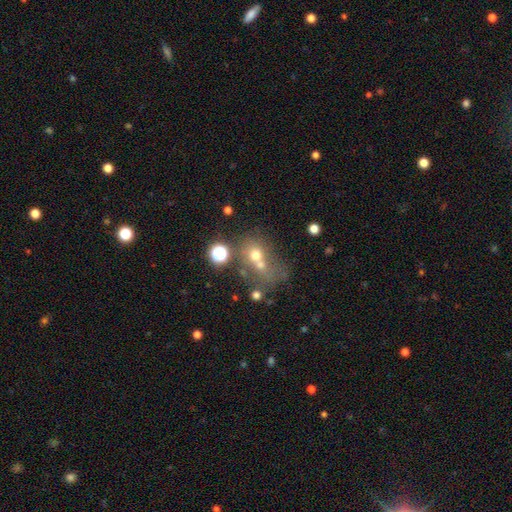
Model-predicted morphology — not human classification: smooth 55%, featured or disk 23%, star or artifact 22%. Down the decision tree: how rounded — round (63%); merging — merger (51%).